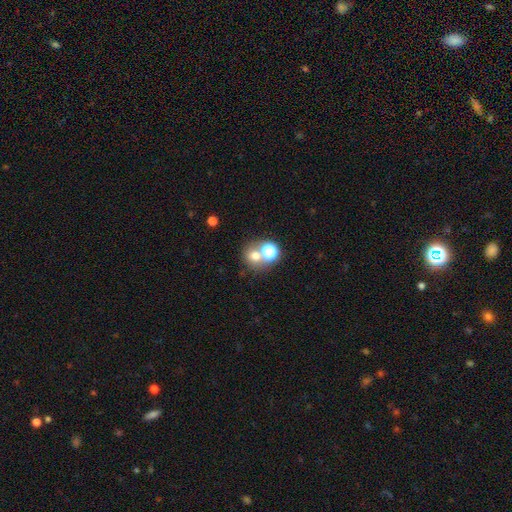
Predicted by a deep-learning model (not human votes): Smooth or featured: smooth — 67% (star or artifact — 21%)
How rounded: round — 80% (in between — 19%)
Merging: none — 50% (merger — 38%)